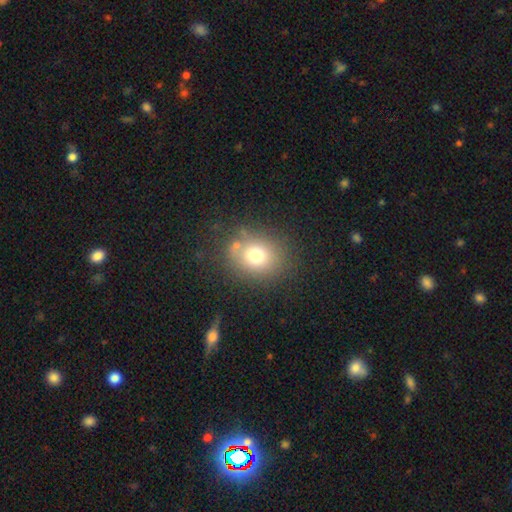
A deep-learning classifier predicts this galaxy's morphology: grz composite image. It shows a smooth galaxy with no disk features (73%) that is round (64%). Merging: none (76%).